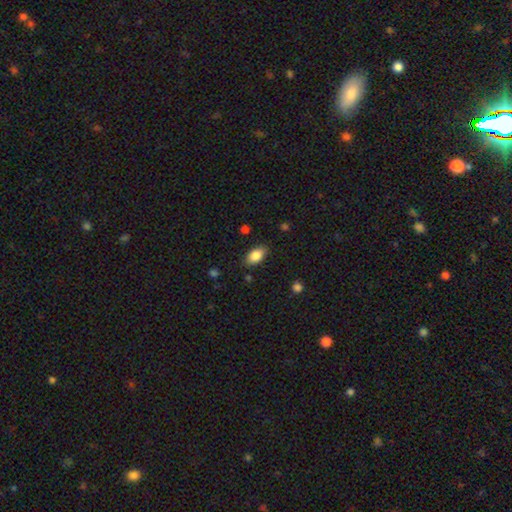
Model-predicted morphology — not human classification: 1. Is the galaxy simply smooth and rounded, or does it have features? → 85% smooth, 8% star or artifact, 7% featured or disk.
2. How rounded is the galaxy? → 91% in between, 6% round, 4% cigar-shaped.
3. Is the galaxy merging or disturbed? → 85% none, 11% minor disturbance, 3% major disturbance, 1% merger.